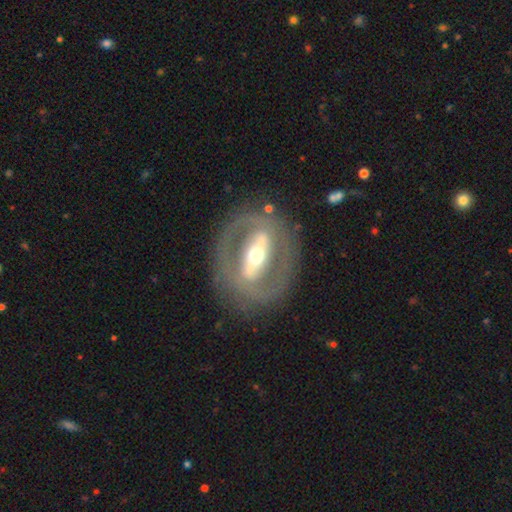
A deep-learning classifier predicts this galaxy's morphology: Smooth or featured? featured or disk (77%)
Edge-on disk? no (87%)
Bar? strong (67%)
Spiral arms? no (66%)
Bulge size? moderate (64%)
Merging? none (79%)